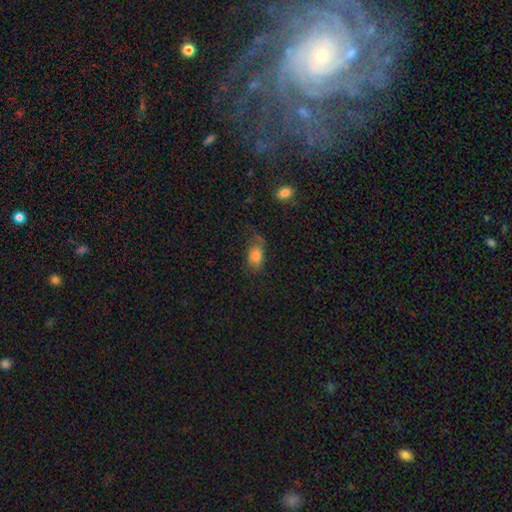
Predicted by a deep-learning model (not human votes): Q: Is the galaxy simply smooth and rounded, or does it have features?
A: smooth — 77%.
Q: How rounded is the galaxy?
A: in between — 88%.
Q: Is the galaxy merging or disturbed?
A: none — 47%.